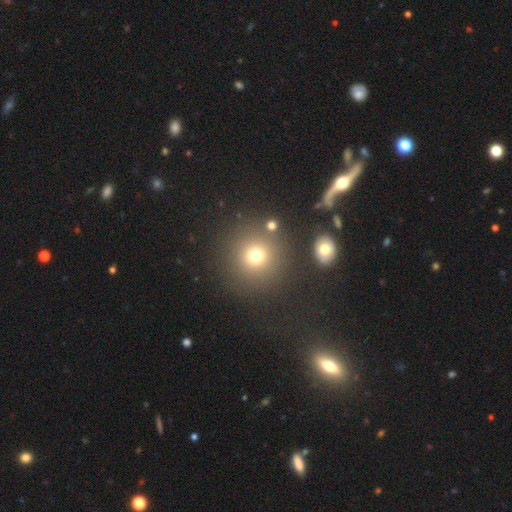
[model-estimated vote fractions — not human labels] The model was most divided on "smooth or featured": smooth: 72%, star or artifact: 18%, featured or disk: 9%. More confident: how rounded — round (92%); merging — none (81%).